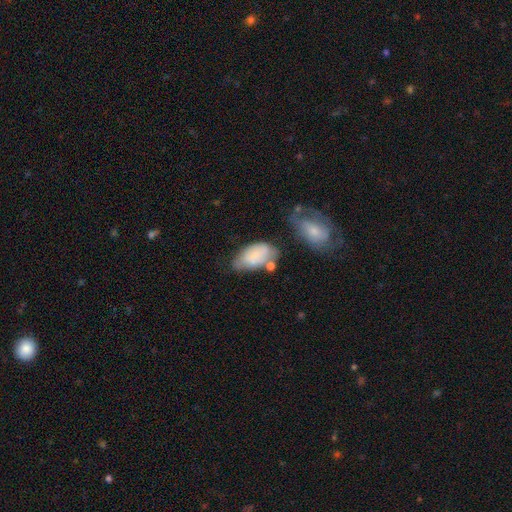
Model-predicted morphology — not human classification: smooth_or_featured: smooth (p=0.73) [alt: featured or disk p=0.20]
how_rounded: in between (p=0.93) [alt: round p=0.04]
merging: none (p=0.40) [alt: minor disturbance p=0.30]